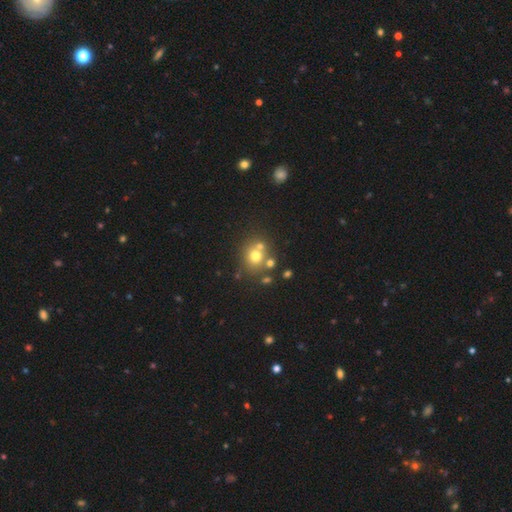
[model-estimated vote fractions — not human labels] Smooth or featured: smooth — 67% (star or artifact — 17%)
How rounded: round — 81% (in between — 18%)
Merging: none — 59% (merger — 26%)